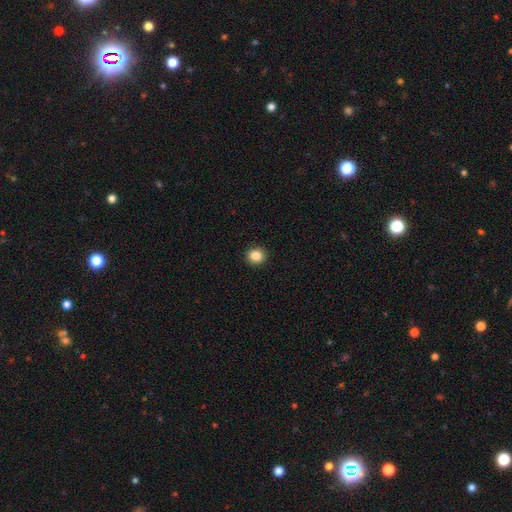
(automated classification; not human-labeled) The model was most divided on "how rounded": round: 84%, in between: 15%, cigar-shaped: 1%. More confident: merging — none (93%); smooth or featured — smooth (85%).